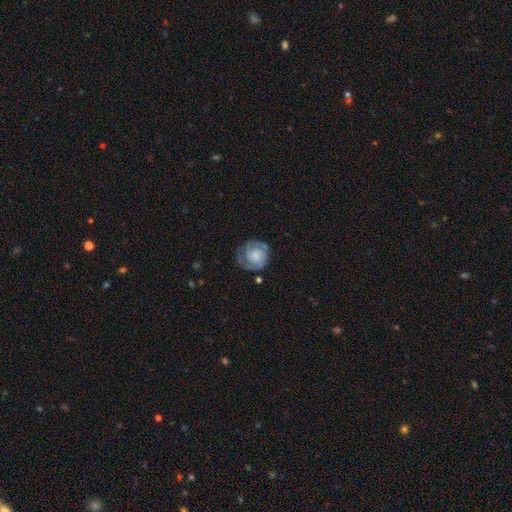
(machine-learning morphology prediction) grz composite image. It shows a featured or disk galaxy (73%) with no bar (69%), 2 (57%) tight (60%) spiral arms (93%) and a small central bulge (42%). Merging: none (64%).